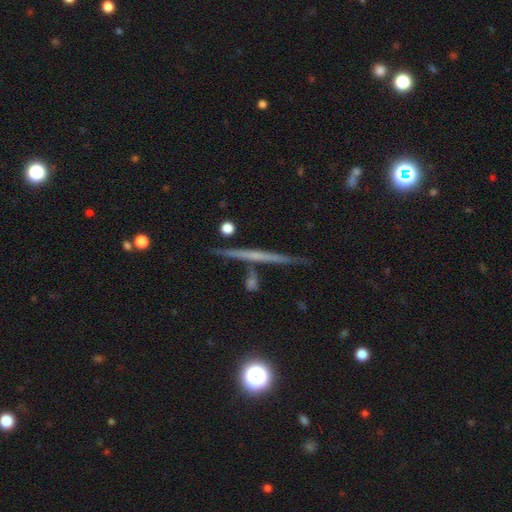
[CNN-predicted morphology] This appears to be a featured or disk galaxy (63%) viewed edge-on (97%) with no central bulge (82%). Merging: none (88%).